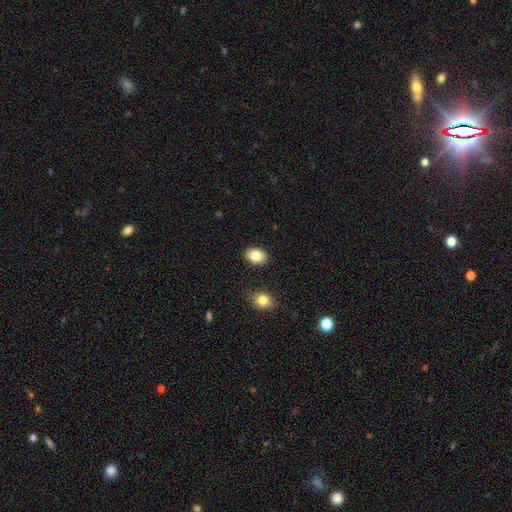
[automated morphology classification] Overall: smooth (84%). How rounded: in between (77%). Merging: none (87%).